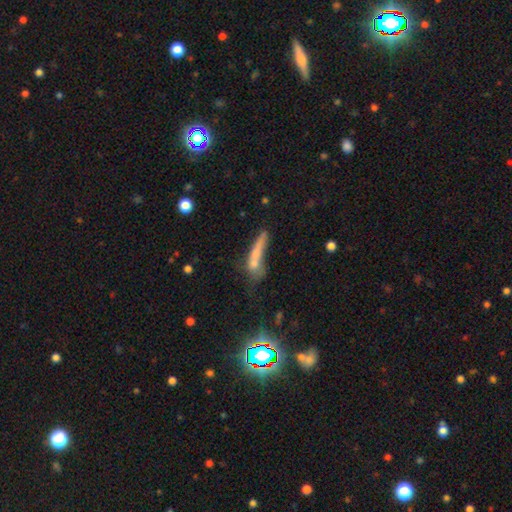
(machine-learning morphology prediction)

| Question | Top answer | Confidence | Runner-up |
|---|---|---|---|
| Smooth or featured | smooth | 56% | featured or disk (27%) |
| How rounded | cigar-shaped | 78% | in between (17%) |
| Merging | none | 35% | merger (24%) |